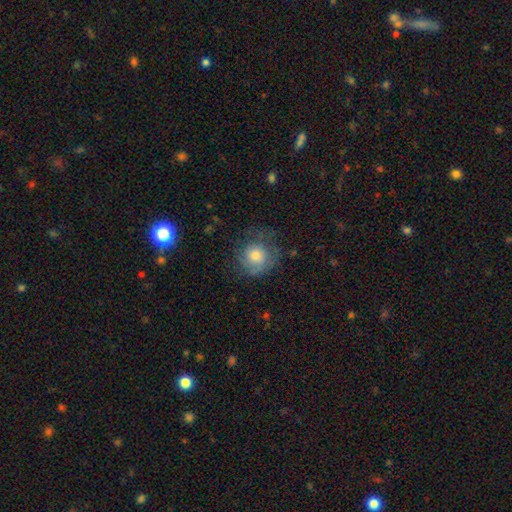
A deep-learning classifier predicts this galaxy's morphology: Smooth or featured? Predicted: smooth (p=0.66). How rounded? Predicted: round (p=0.87). Merging? Predicted: none (p=0.61).